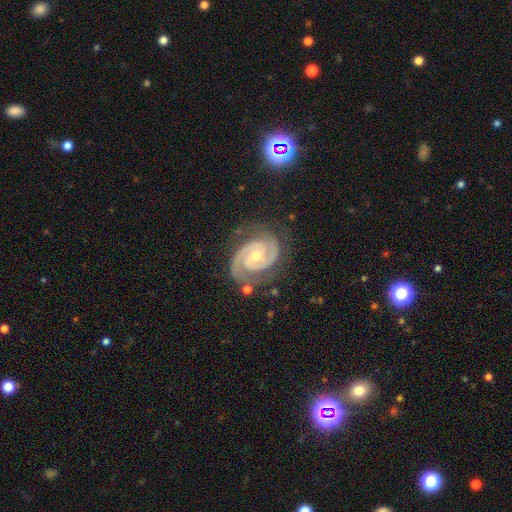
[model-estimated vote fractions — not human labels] Overall: featured or disk (92%). Edge-on disk: no (98%). Bar: no (57%; weak 31%). Spiral arms: yes (99%). Spiral arm count: 2 (91%). Spiral winding: tight (64%; medium 32%). Bulge size: moderate (53%; small 44%). Merging: none (78%).